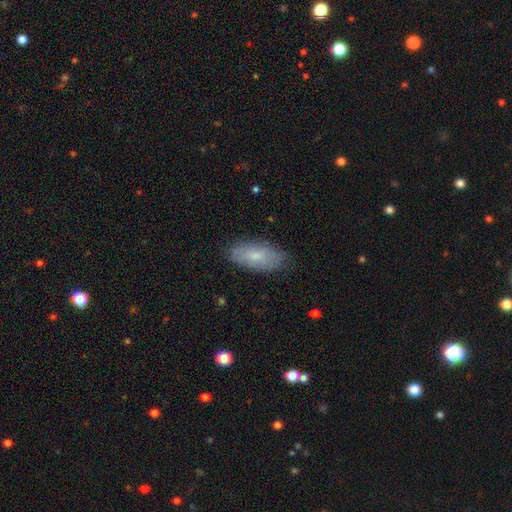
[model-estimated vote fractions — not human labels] Morphology: type=smooth (73%); roundness=in between (88%); merging=none (81%).